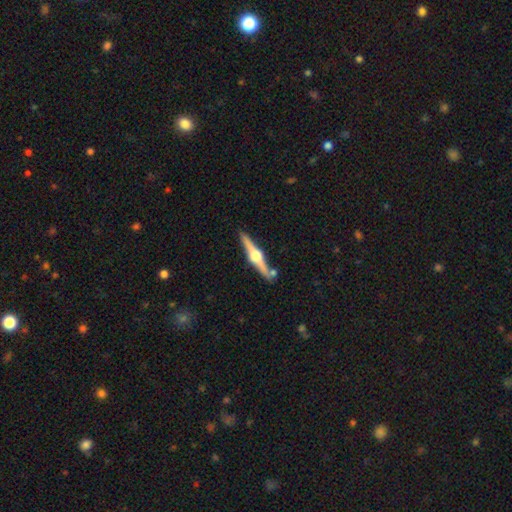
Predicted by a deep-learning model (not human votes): A featured or disk galaxy (83%) viewed edge-on (98%) with a rounded central bulge (95%). Merging: none (84%).